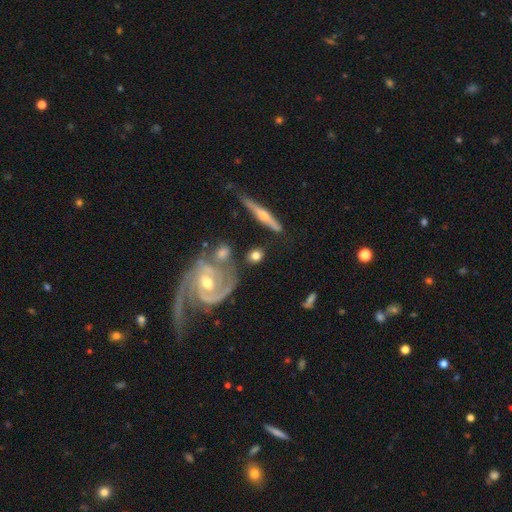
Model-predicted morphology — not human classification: Overall: smooth (58%; featured or disk 35%). How rounded: round (52%; in between 38%). Merging: none (64%).